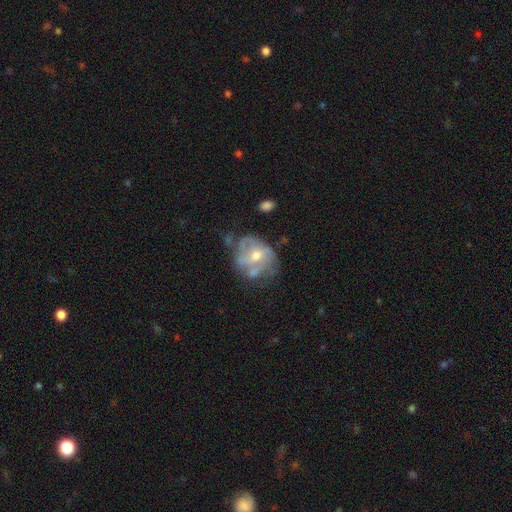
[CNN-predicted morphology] smooth-or-featured: featured or disk: 70% | smooth: 22% | star or artifact: 8%
  disk-edge-on: no: 97% | yes: 3%
    bar: no: 62% | weak: 31% | strong: 8%
    has-spiral-arms: yes: 60% | no: 40%
    bulge-size: moderate: 57% | small: 38% | large: 3% | none: 2% | dominant: 1%
  merging: none: 41% | minor disturbance: 26% | major disturbance: 22% | merger: 11%